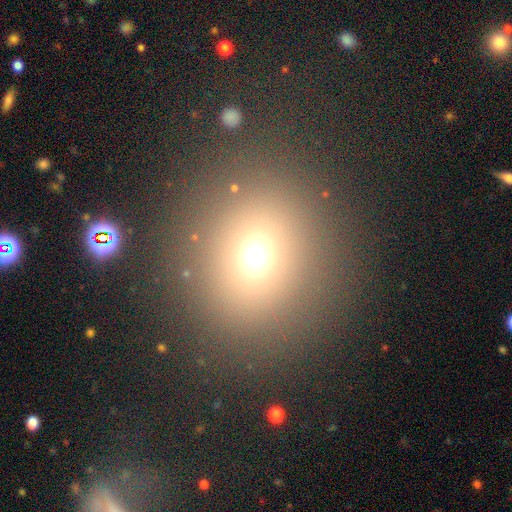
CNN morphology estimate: A smooth galaxy with no disk features (68%) that is round (83%). Merging: none (85%).